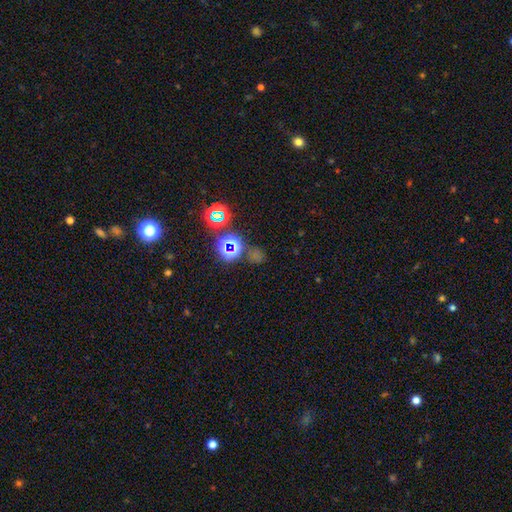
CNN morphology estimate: The model was most divided on "smooth or featured": star or artifact: 60%, smooth: 33%, featured or disk: 7%.